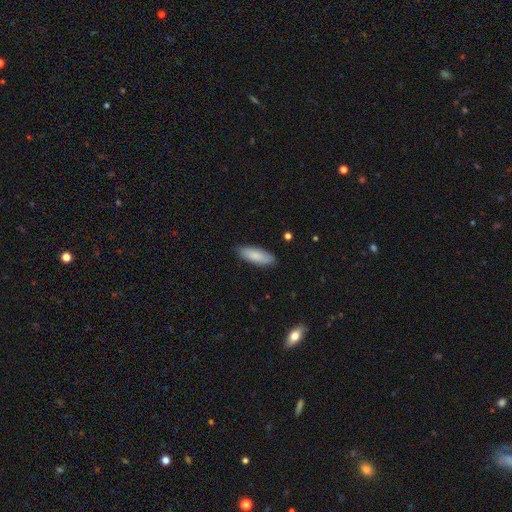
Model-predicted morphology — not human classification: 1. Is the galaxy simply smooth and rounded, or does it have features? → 86% smooth, 8% featured or disk, 6% star or artifact.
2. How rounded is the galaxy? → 63% in between, 36% cigar-shaped, 2% round.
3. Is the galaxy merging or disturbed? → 86% none, 11% minor disturbance, 2% major disturbance, 1% merger.